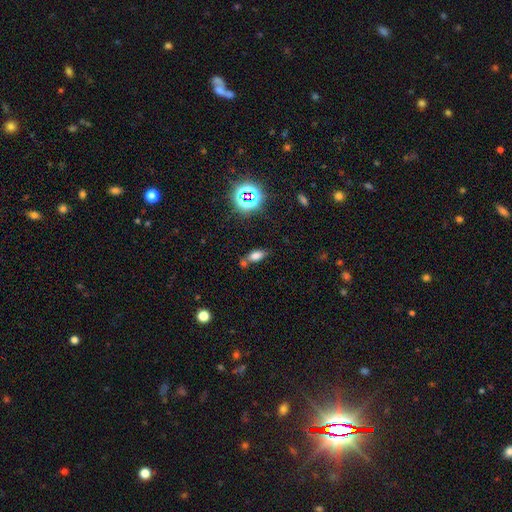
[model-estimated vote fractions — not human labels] Smooth or featured?
  - smooth: 69% *
  - star or artifact: 20%
  - featured or disk: 11%
How rounded?
  - in between: 83% *
  - cigar-shaped: 10%
  - round: 7%
Merging?
  - none: 61% *
  - merger: 20%
  - minor disturbance: 14%
  - major disturbance: 5%